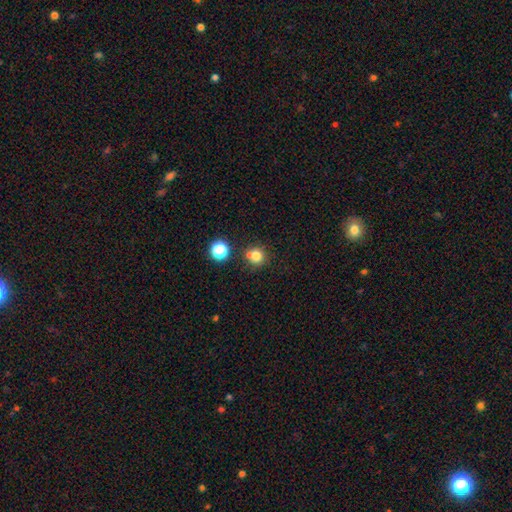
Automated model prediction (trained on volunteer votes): A smooth galaxy with no disk features (77%) that is round (90%). Merging: none (63%).